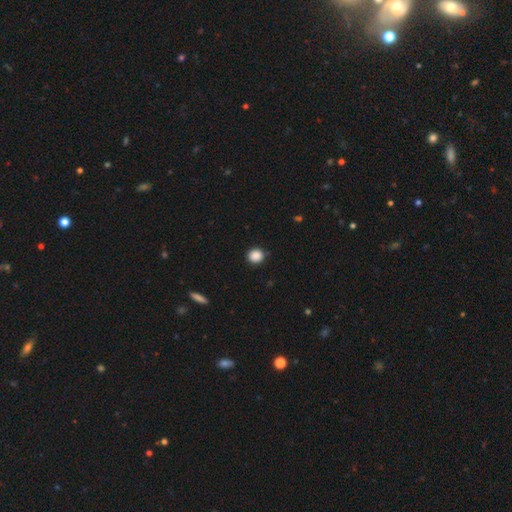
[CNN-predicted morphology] Q: Smooth or featured?
A: smooth (87%); runner-up: star or artifact (10%)
Q: How rounded?
A: round (90%); runner-up: in between (9%)
Q: Merging?
A: none (88%); runner-up: minor disturbance (8%)